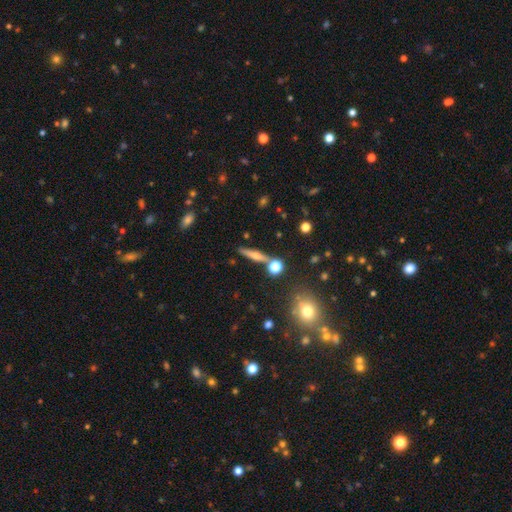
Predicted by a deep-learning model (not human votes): smooth-or-featured: featured or disk: 49% | smooth: 39% | star or artifact: 12%
  merging: none: 78% | merger: 10% | minor disturbance: 9% | major disturbance: 3%